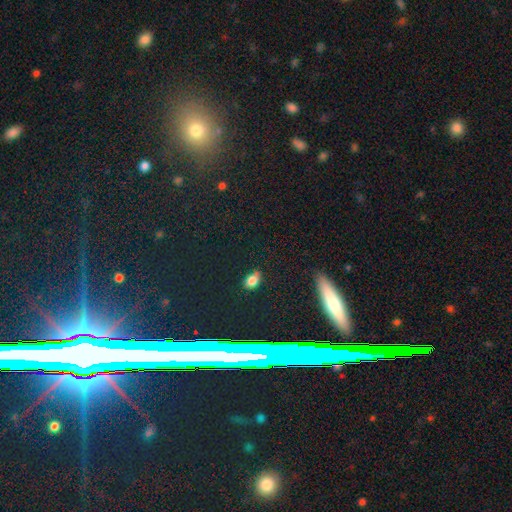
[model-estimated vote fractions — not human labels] The model was most divided on "smooth or featured": star or artifact: 55%, smooth: 26%, featured or disk: 18%.